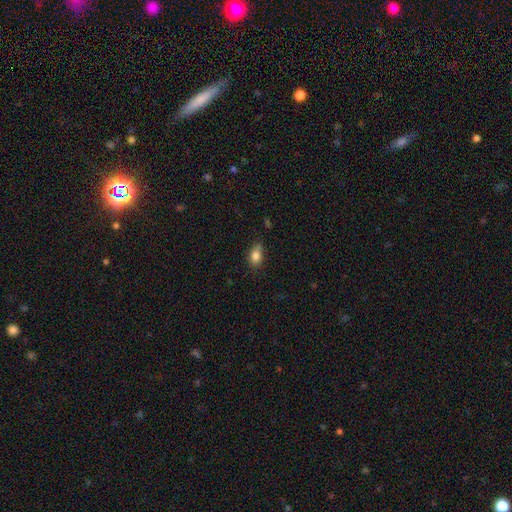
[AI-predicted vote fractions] Smooth or featured? Predicted: smooth (p=0.83). How rounded? Predicted: in between (p=0.77). Merging? Predicted: none (p=0.60).